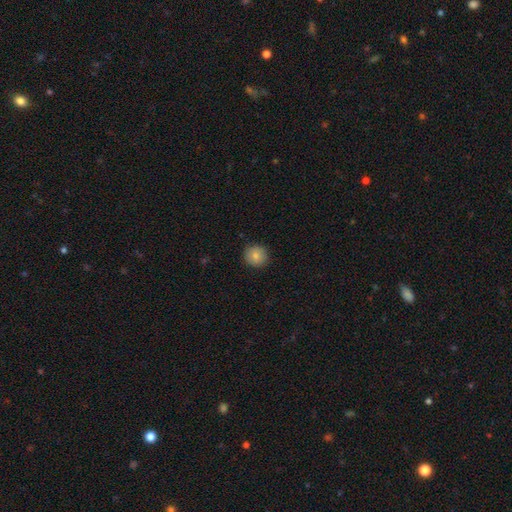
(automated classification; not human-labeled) smooth_or_featured: smooth (p=0.82) [alt: featured or disk p=0.09]
how_rounded: round (p=0.91) [alt: in between p=0.08]
merging: none (p=0.90) [alt: minor disturbance p=0.08]